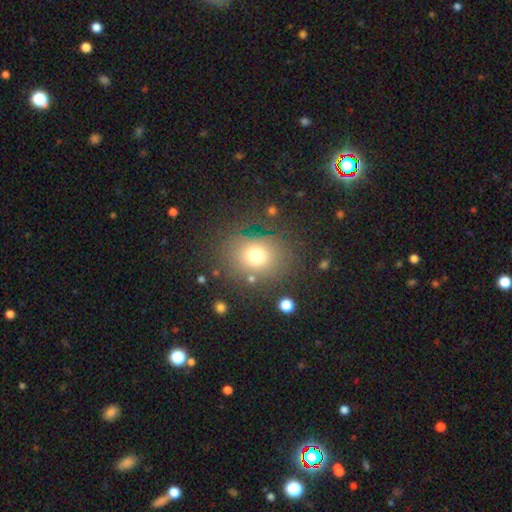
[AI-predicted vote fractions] Overall: smooth (72%). How rounded: round (70%). Merging: none (70%).